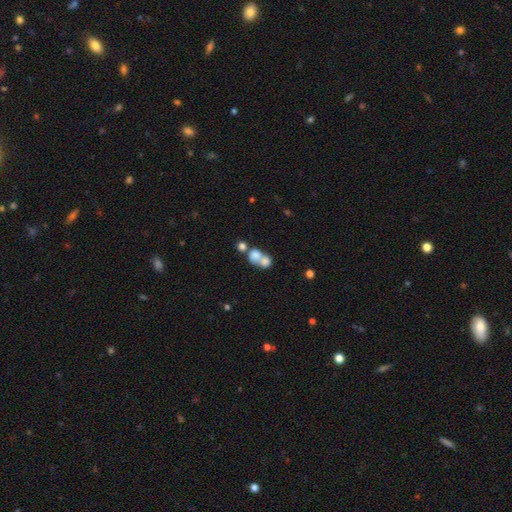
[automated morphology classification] The model was most divided on "how rounded": round: 58%, in between: 40%, cigar-shaped: 2%. More confident: smooth or featured — smooth (70%); merging — merger (70%).